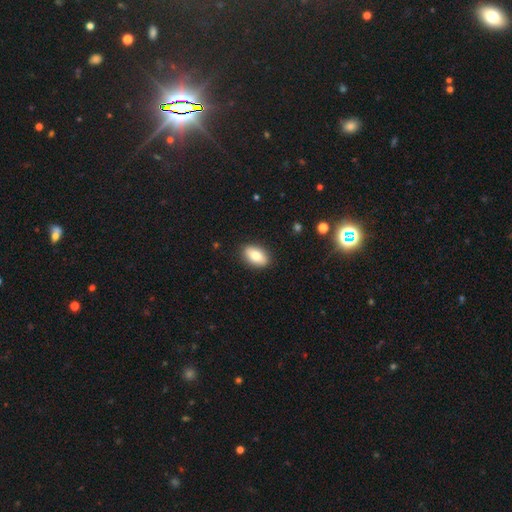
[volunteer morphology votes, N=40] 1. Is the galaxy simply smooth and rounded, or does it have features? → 88% smooth, 10% featured or disk, 2% star or artifact.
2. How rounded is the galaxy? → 94% in between, 3% round, 3% cigar-shaped.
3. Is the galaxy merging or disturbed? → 90% none, 5% minor disturbance, 5% major disturbance, 0% merger.